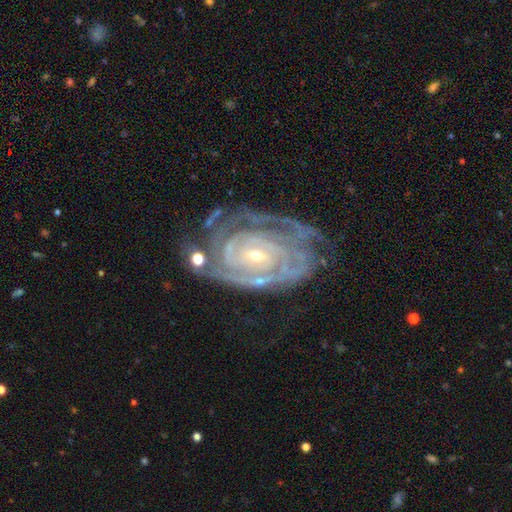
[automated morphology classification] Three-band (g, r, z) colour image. It shows a featured or disk galaxy (90%) with no bar (61%), tight (83%) spiral arms (97%) and a small central bulge (70%). Merging: none (60%).